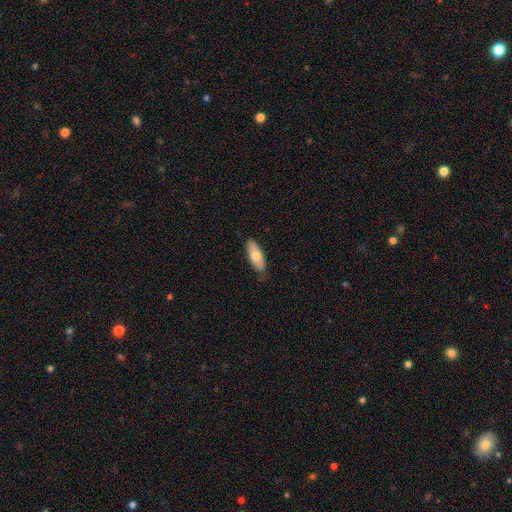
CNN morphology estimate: Smooth or featured: smooth — 74% (featured or disk — 20%)
How rounded: in between — 72% (cigar-shaped — 26%)
Merging: none — 79% (minor disturbance — 18%)